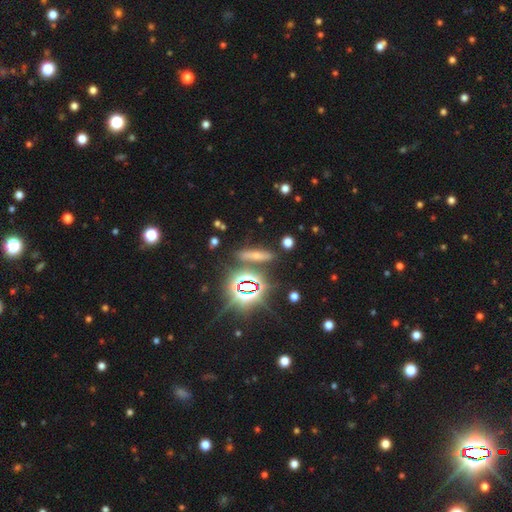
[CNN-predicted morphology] Q: Smooth or featured?
A: smooth (38%); runner-up: star or artifact (36%)
Q: Merging?
A: none (82%); runner-up: minor disturbance (10%)